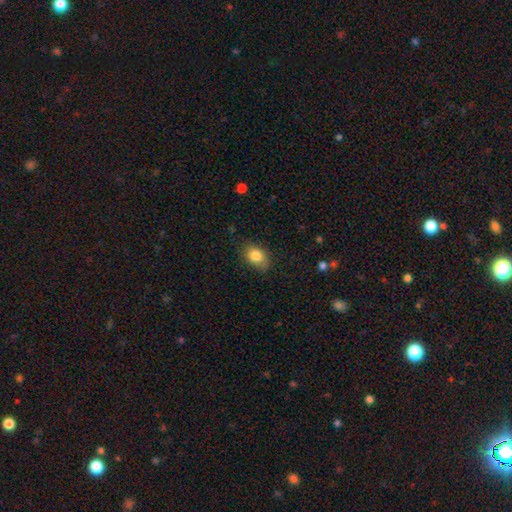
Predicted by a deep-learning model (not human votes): Smooth or featured? smooth (84%)
How rounded? in between (73%)
Merging? none (75%)